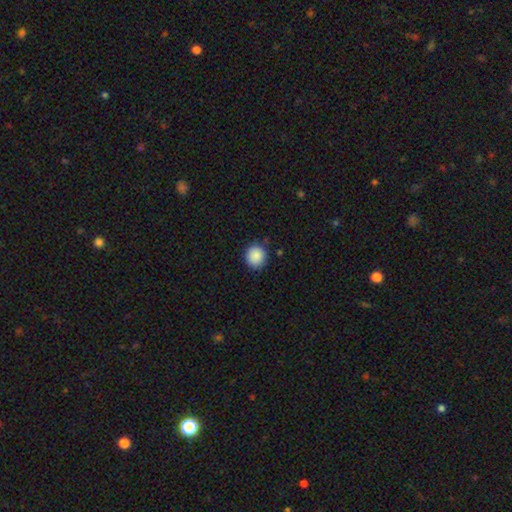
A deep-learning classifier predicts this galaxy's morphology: smooth 89%, star or artifact 8%, featured or disk 3%. Down the decision tree: how rounded — round (88%); merging — none (85%).